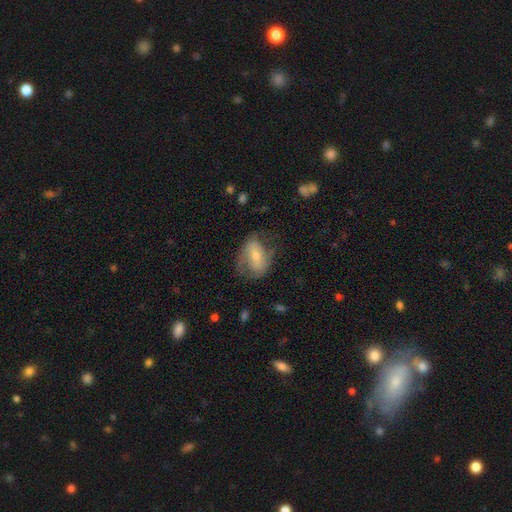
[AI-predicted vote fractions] Smooth or featured? Predicted: featured or disk (p=0.48). Merging? Predicted: none (p=0.47).